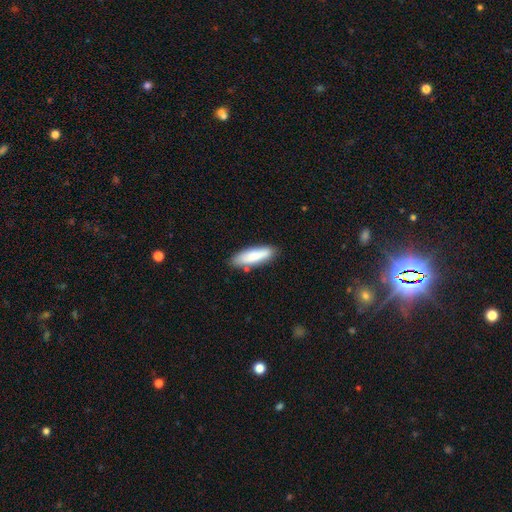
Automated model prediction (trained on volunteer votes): Smooth or featured?
  - smooth: 82% *
  - featured or disk: 12%
  - star or artifact: 6%
How rounded?
  - cigar-shaped: 58% *
  - in between: 41%
  - round: 2%
Merging?
  - none: 80% *
  - minor disturbance: 14%
  - merger: 3%
  - major disturbance: 3%